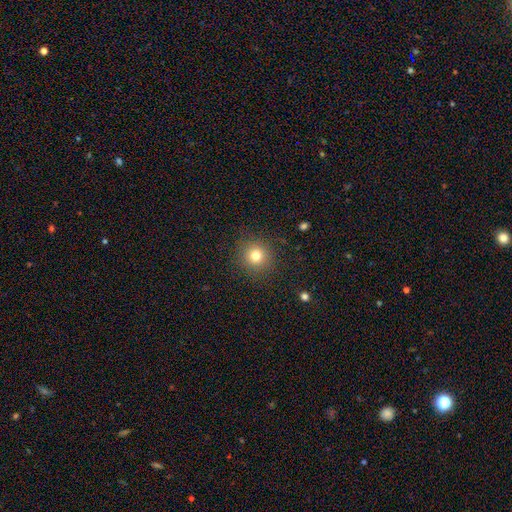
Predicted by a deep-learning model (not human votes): A smooth galaxy with no disk features (78%) that is round (93%). Merging: none (90%).